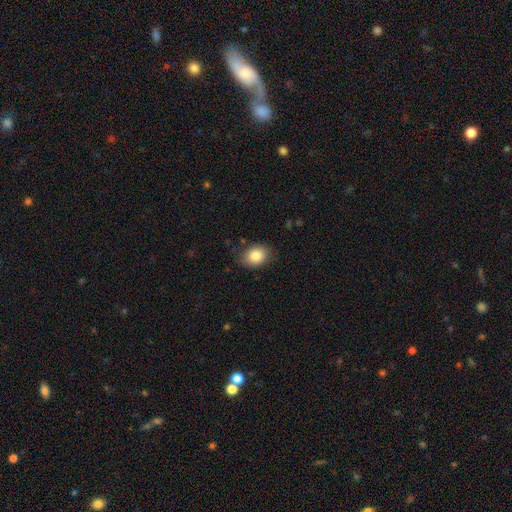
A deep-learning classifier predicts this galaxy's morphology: Smooth or featured?
  - smooth: 85% *
  - star or artifact: 8%
  - featured or disk: 7%
How rounded?
  - in between: 63% *
  - round: 36%
  - cigar-shaped: 1%
Merging?
  - none: 80% *
  - minor disturbance: 15%
  - major disturbance: 3%
  - merger: 1%